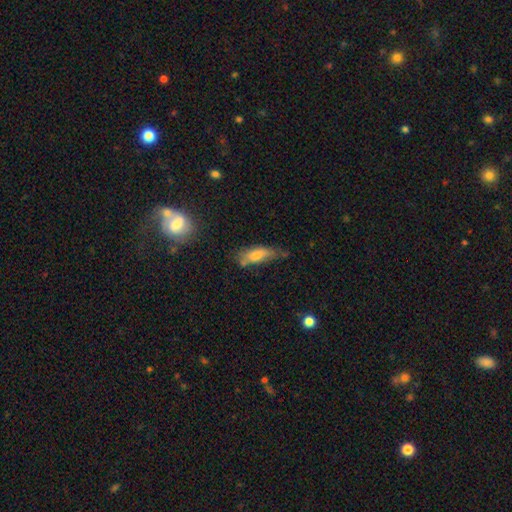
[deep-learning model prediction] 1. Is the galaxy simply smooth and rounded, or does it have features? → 72% smooth, 20% featured or disk, 8% star or artifact.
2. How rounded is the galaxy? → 66% in between, 31% cigar-shaped, 3% round.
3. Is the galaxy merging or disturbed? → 49% none, 33% minor disturbance, 11% major disturbance, 7% merger.